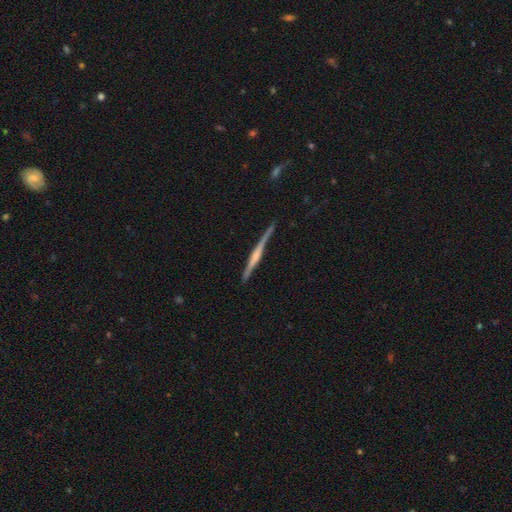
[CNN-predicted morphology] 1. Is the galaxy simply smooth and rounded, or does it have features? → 74% featured or disk, 20% smooth, 6% star or artifact.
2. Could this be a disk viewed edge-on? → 98% yes, 2% no.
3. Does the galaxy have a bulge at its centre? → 47% rounded, 27% none, 25% boxy.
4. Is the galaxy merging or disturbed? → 84% none, 12% minor disturbance, 2% major disturbance, 2% merger.